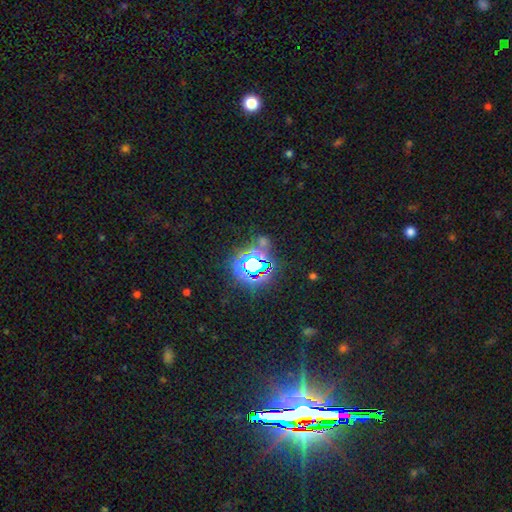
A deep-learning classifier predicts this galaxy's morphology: type=star or artifact (81%).